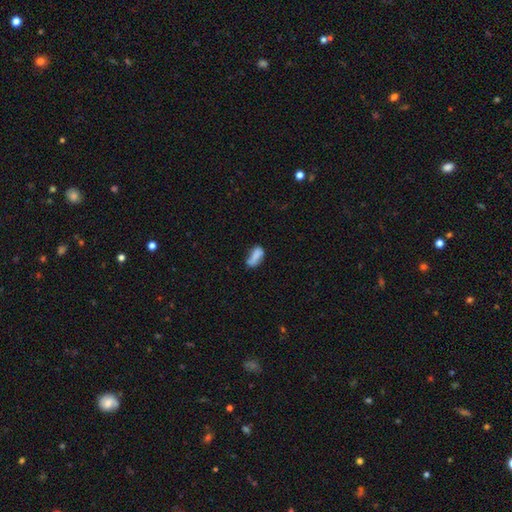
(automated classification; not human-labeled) This appears to be a smooth galaxy with no disk features (75%) that is in between round and cigar-shaped (80%). Merging: none (43%).